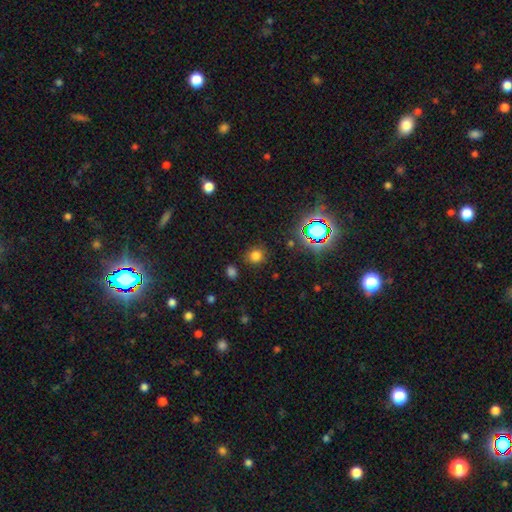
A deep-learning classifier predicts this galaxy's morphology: This appears to be a smooth galaxy with no disk features (74%) that is round (83%). Merging: none (83%).